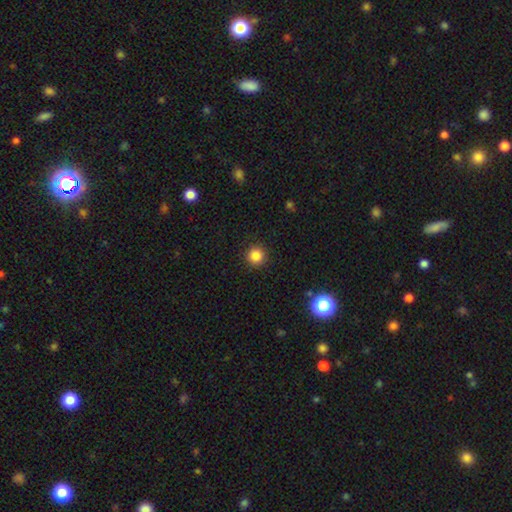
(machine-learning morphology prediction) This is clearly a smooth galaxy (85%). How rounded: clearly round (95%). Merging: clearly none (92%).